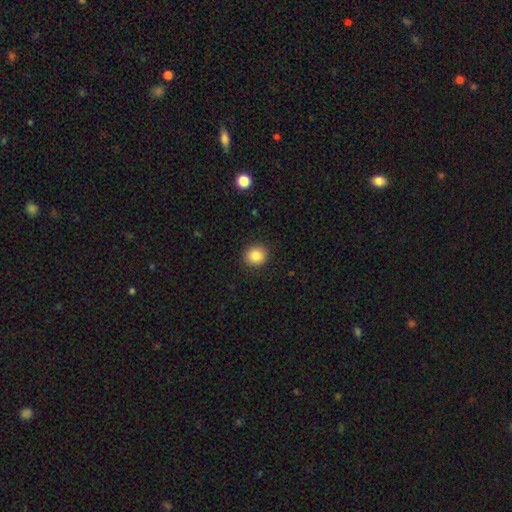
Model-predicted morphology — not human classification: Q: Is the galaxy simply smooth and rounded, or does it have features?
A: smooth — 85%.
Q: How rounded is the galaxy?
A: round — 85%.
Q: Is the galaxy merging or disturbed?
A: none — 90%.